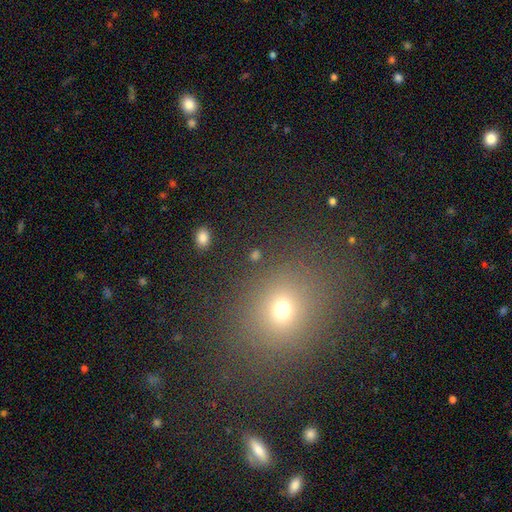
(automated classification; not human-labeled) Q: Smooth or featured?
A: smooth (64%); runner-up: star or artifact (27%)
Q: How rounded?
A: round (68%); runner-up: in between (30%)
Q: Merging?
A: none (84%); runner-up: minor disturbance (7%)